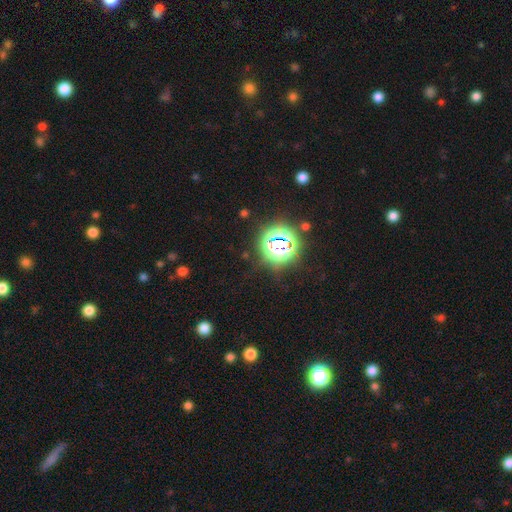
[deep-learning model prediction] The model was most divided on "smooth or featured": star or artifact: 81%, smooth: 12%, featured or disk: 6%.